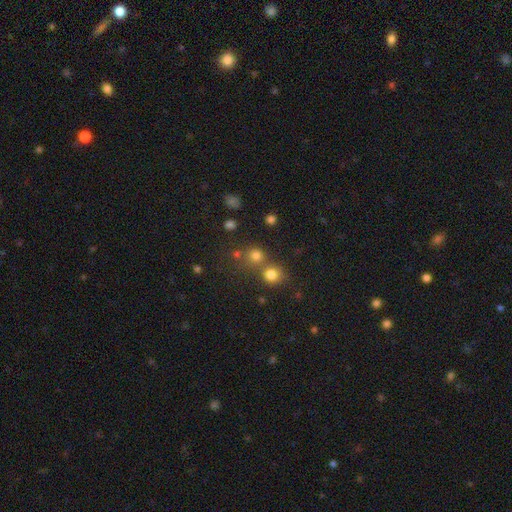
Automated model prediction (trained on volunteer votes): Smooth or featured? Predicted: smooth (p=0.76). How rounded? Predicted: round (p=0.87). Merging? Predicted: none (p=0.59).